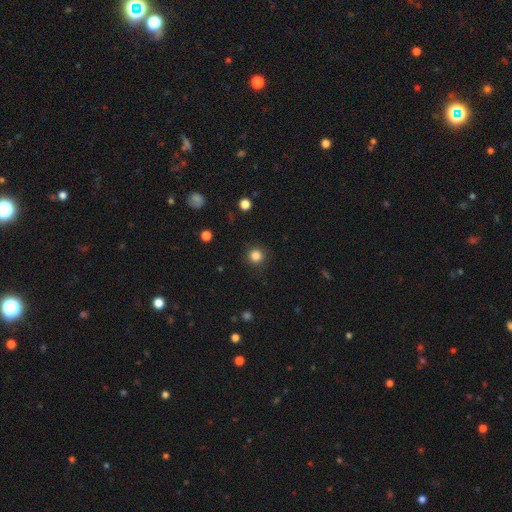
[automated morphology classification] Smooth or featured? Predicted: smooth (p=0.85). How rounded? Predicted: round (p=0.94). Merging? Predicted: none (p=0.89).